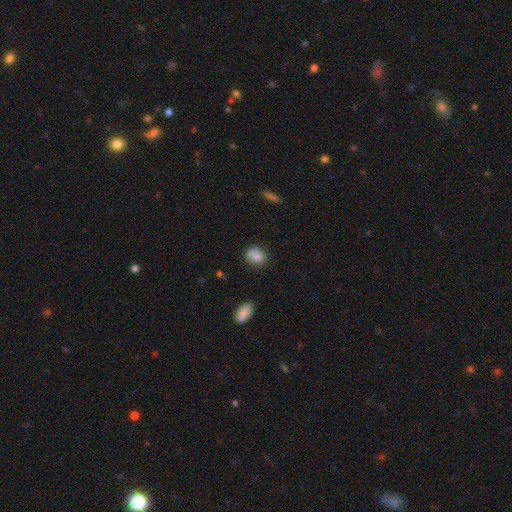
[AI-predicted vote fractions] This is clearly a smooth galaxy (80%). How rounded: likely round (64%). Merging: likely none (66%).